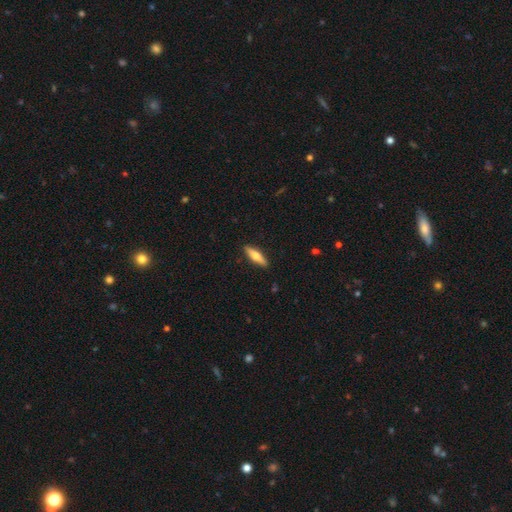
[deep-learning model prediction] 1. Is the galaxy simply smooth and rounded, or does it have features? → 52% smooth, 42% featured or disk, 5% star or artifact.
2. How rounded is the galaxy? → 68% cigar-shaped, 30% in between, 2% round.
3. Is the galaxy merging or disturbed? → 90% none, 8% minor disturbance, 2% major disturbance, 1% merger.